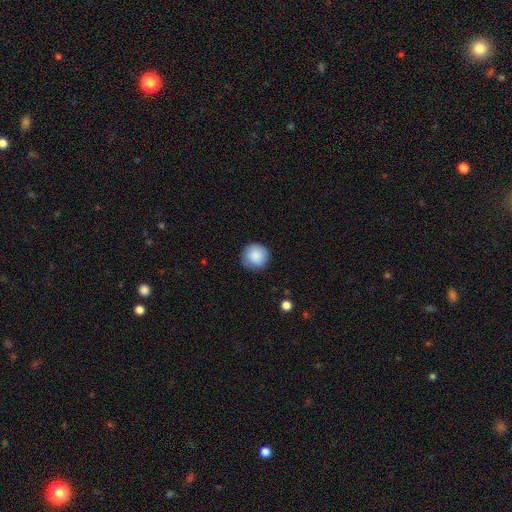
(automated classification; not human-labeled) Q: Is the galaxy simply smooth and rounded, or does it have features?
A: smooth — 88%.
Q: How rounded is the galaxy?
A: round — 94%.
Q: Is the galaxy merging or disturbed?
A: none — 85%.